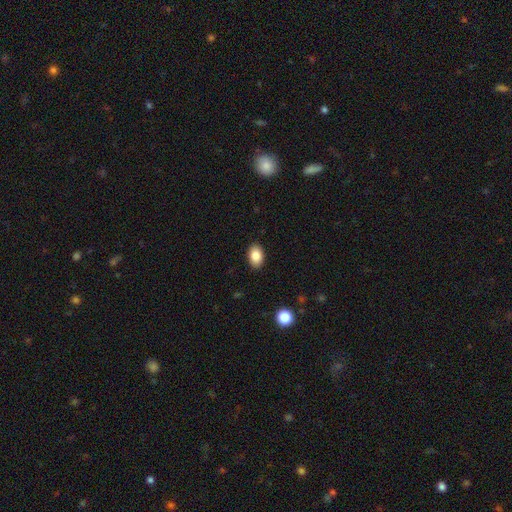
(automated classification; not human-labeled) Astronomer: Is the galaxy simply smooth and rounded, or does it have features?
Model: smooth — 86%.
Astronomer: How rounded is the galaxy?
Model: in between — 88%.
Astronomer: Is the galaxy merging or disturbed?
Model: none — 90%.